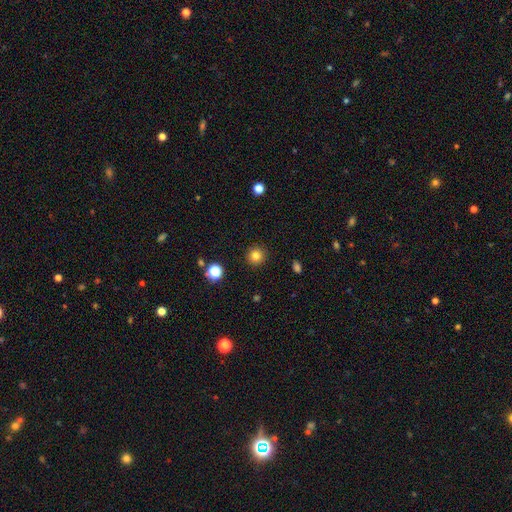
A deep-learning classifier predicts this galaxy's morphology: Q: Smooth or featured?
A: smooth (81%); runner-up: star or artifact (13%)
Q: How rounded?
A: round (94%); runner-up: in between (5%)
Q: Merging?
A: none (92%); runner-up: minor disturbance (5%)